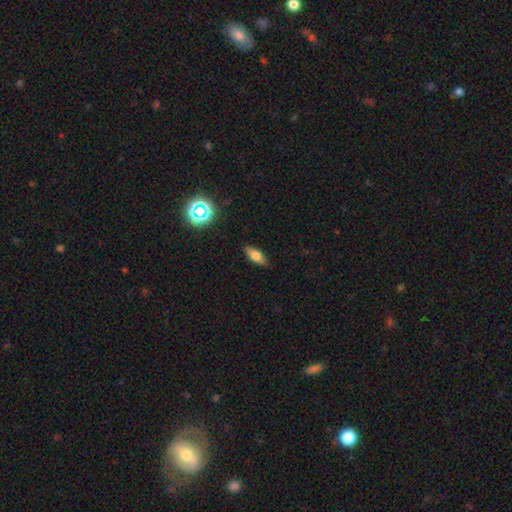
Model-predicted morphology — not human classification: This is likely a smooth galaxy (64%). How rounded: likely in between (72%). Merging: clearly none (87%).